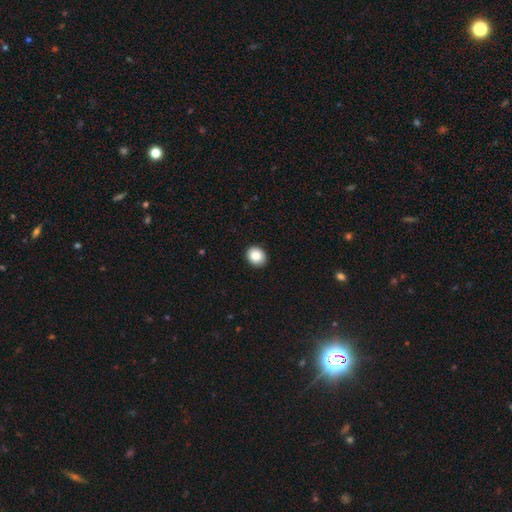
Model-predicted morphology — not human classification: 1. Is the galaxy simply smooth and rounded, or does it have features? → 86% smooth, 9% star or artifact, 6% featured or disk.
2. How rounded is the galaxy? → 63% round, 36% in between, 1% cigar-shaped.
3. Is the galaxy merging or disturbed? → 91% none, 7% minor disturbance, 2% major disturbance, 1% merger.